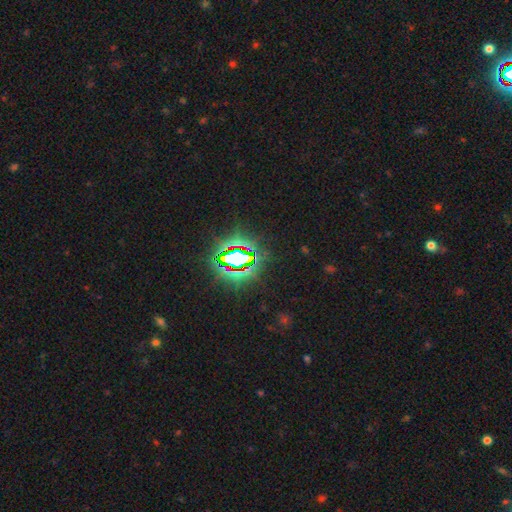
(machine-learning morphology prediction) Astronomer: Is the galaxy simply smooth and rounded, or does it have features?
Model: star or artifact — 83%.